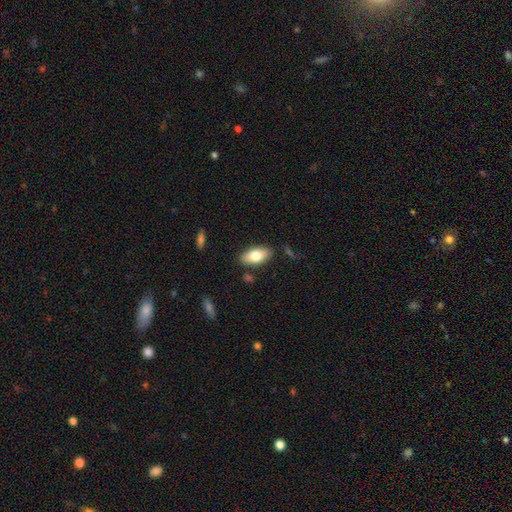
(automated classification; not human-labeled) Morphology: type=smooth (75%); roundness=in between (90%); merging=none (83%).